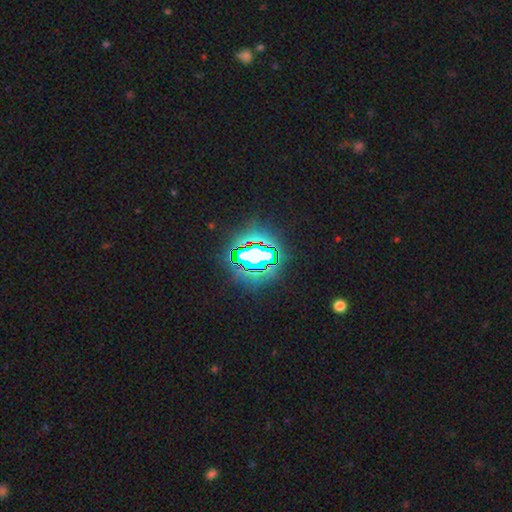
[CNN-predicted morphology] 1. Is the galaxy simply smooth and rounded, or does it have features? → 75% star or artifact, 14% smooth, 11% featured or disk.